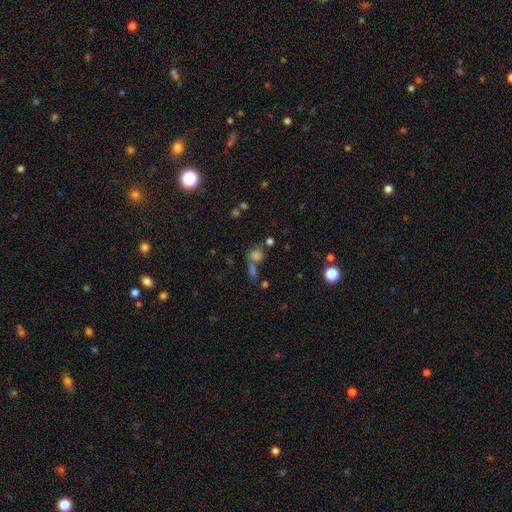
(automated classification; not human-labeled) Q: Smooth or featured?
A: smooth (69%); runner-up: star or artifact (20%)
Q: How rounded?
A: round (72%); runner-up: in between (25%)
Q: Merging?
A: none (43%); runner-up: merger (38%)